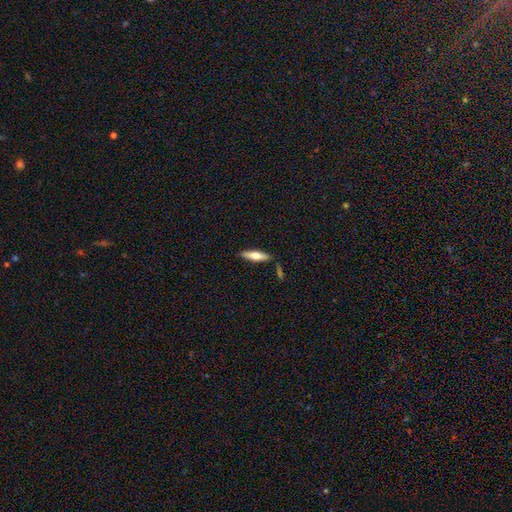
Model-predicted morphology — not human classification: This is possibly a smooth galaxy (55%). How rounded: likely cigar-shaped (69%). Merging: clearly none (84%).